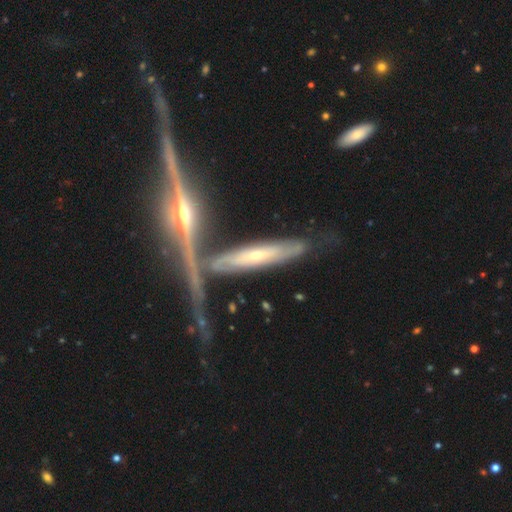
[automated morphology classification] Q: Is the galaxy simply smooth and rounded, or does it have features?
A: featured or disk — 76%.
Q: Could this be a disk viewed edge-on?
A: yes — 84%.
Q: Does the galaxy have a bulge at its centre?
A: rounded — 70%.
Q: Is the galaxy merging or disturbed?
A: none — 50%.